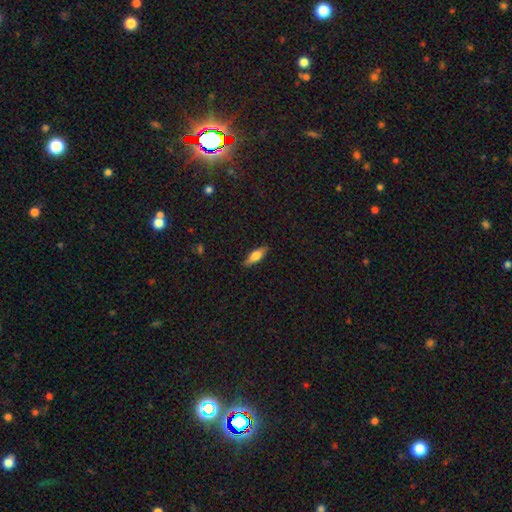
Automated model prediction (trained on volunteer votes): The model was most divided on "how rounded": in between: 55%, cigar-shaped: 43%, round: 3%. More confident: merging — none (86%); smooth or featured — smooth (65%).